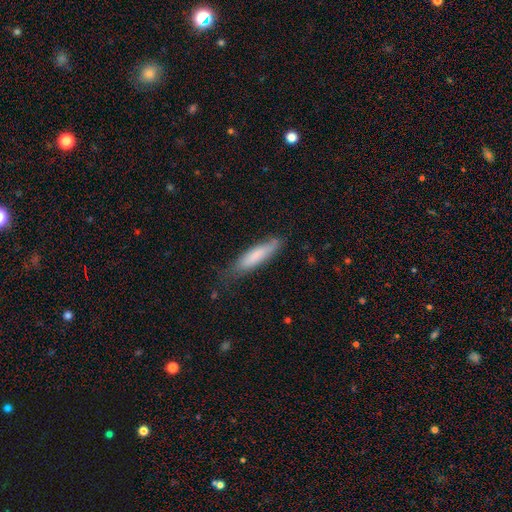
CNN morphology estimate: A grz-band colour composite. It shows a smooth galaxy with no disk features (76%) that is cigar-shaped (77%). Merging: none (68%).